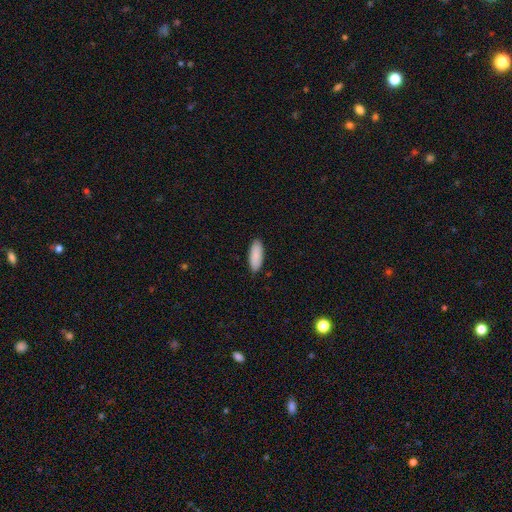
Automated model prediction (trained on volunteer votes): Smooth or featured? Predicted: smooth (p=0.90). How rounded? Predicted: in between (p=0.75). Merging? Predicted: none (p=0.87).